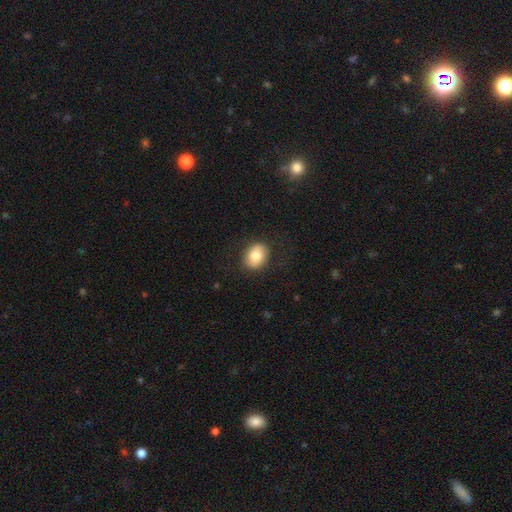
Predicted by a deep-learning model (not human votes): Q: Smooth or featured?
A: smooth (78%); runner-up: featured or disk (15%)
Q: How rounded?
A: in between (63%); runner-up: round (36%)
Q: Merging?
A: none (83%); runner-up: minor disturbance (12%)